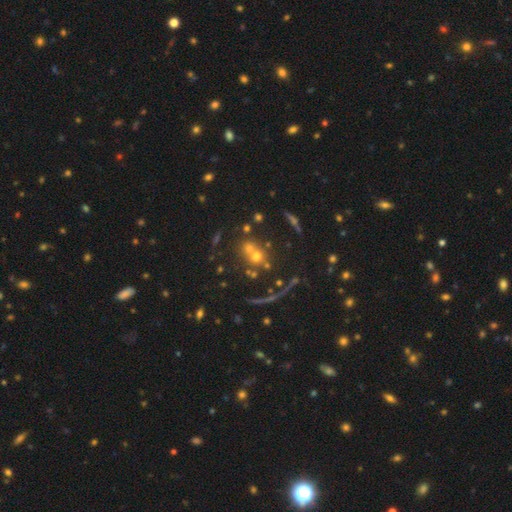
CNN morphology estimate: smooth 49%, star or artifact 27%, featured or disk 24%. Down the decision tree: merging — merger (45%).